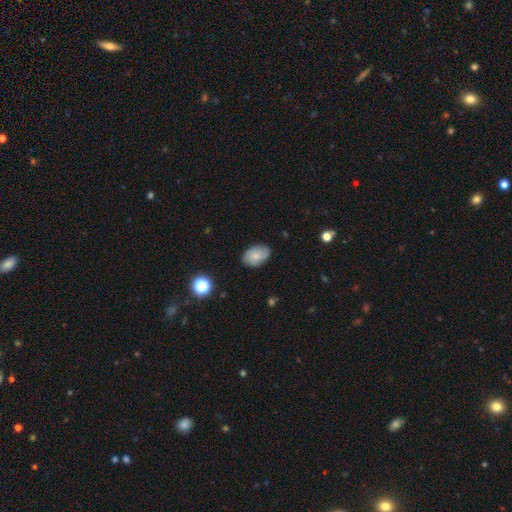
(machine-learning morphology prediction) Smooth or featured: smooth — 62% (featured or disk — 29%)
How rounded: in between — 86% (round — 12%)
Merging: none — 81% (minor disturbance — 15%)